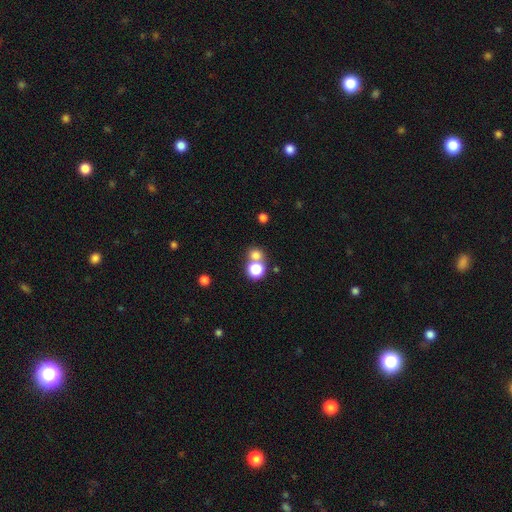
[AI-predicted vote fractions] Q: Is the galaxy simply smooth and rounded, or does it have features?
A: smooth — 75%.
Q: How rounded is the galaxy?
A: round — 83%.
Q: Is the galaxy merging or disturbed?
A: none — 50%.